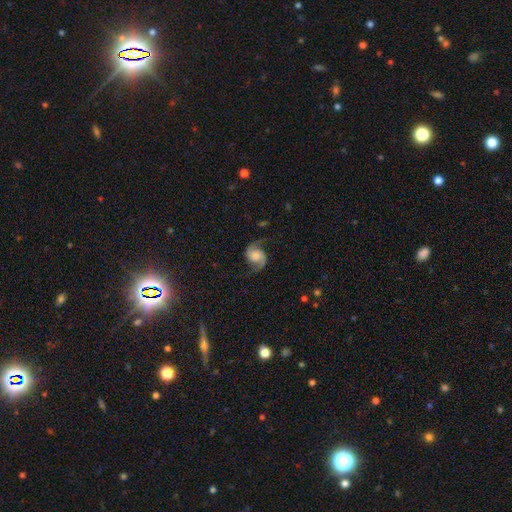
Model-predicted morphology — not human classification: Smooth or featured?
  - featured or disk: 86% *
  - smooth: 8%
  - star or artifact: 6%
Edge-on disk?
  - no: 98% *
  - yes: 2%
Bar?
  - no: 67% *
  - weak: 27%
  - strong: 6%
Spiral arms?
  - yes: 98% *
  - no: 2%
Spiral winding?
  - medium: 44% *
  - loose: 43%
  - tight: 13%
Spiral arm count?
  - 2: 94% *
  - can't tell: 2%
  - 1: 2%
  - 3: 1%
  - 4: 1%
  - more than 4: 1%
Bulge size?
  - moderate: 33% *
  - small: 27%
  - large: 19%
  - none: 17%
  - dominant: 4%
Merging?
  - none: 77% *
  - minor disturbance: 14%
  - major disturbance: 7%
  - merger: 1%